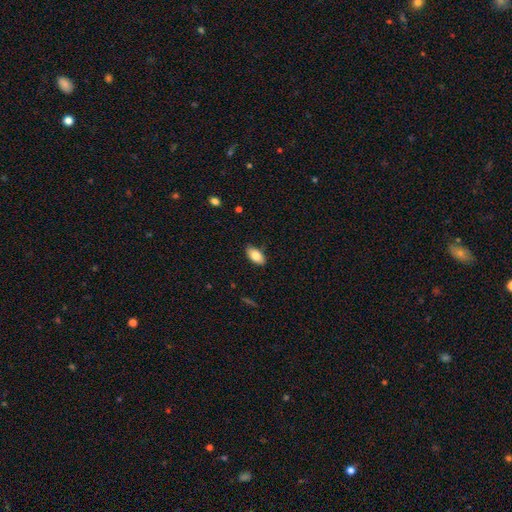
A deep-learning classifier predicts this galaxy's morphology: Smooth or featured? Predicted: smooth (p=0.82). How rounded? Predicted: in between (p=0.93). Merging? Predicted: none (p=0.85).